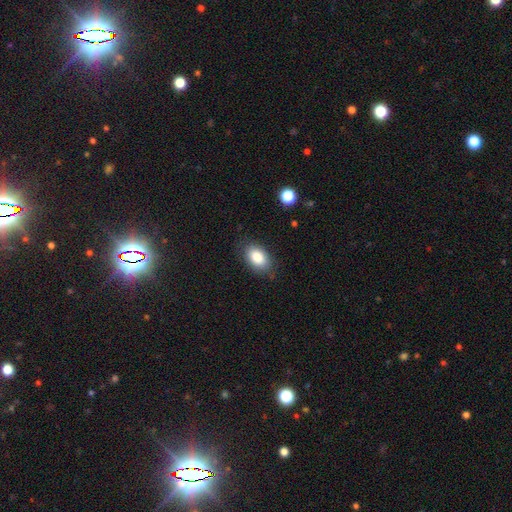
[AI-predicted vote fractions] This appears to be a smooth galaxy with no disk features (85%) that is in between round and cigar-shaped (90%). Merging: none (82%).